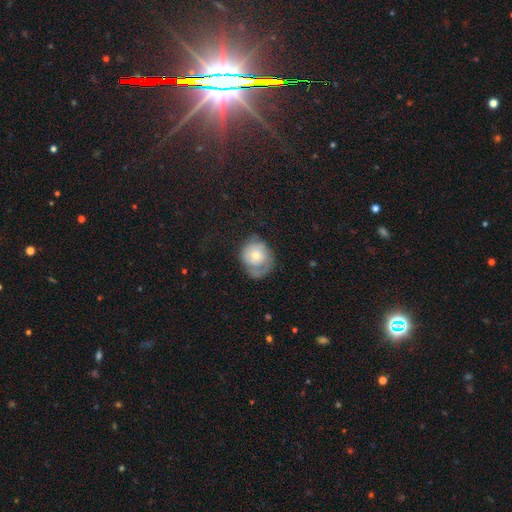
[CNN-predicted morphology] A smooth galaxy with no disk features (53%) that is round (70%).

Vote fractions:
- Smooth or featured? smooth: 53% / featured or disk: 39% / star or artifact: 8%
- How rounded? round: 70% / in between: 29% / cigar-shaped: 1%
- Merging? none: 41% / minor disturbance: 31% / major disturbance: 25% / merger: 3%